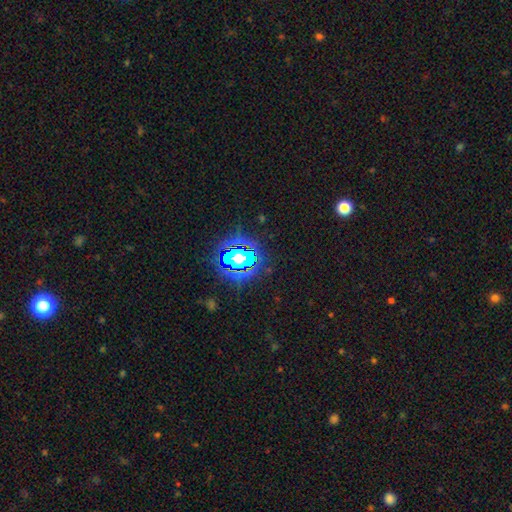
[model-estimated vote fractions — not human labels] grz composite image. It shows a star or artifact, not a galaxy (82%).